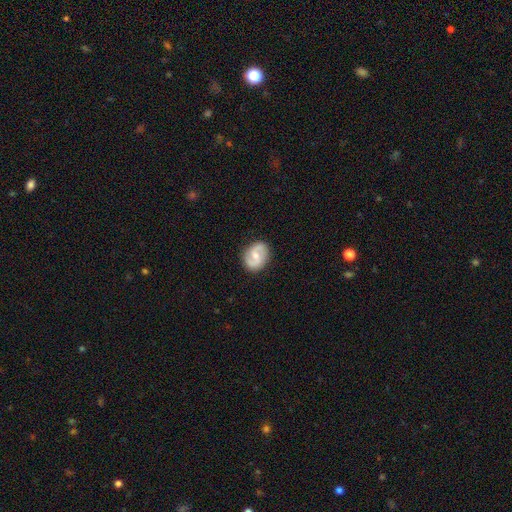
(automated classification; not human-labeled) A featured or disk galaxy (72%) with a weak bar (47%), 2 (90%) medium (47%) spiral arms (90%) and a moderate central bulge (58%).

Vote fractions:
- Smooth or featured? featured or disk: 72% / smooth: 22% / star or artifact: 6%
- Edge-on disk? no: 97% / yes: 3%
- Bar? weak: 47% / no: 39% / strong: 14%
- Spiral arms? yes: 90% / no: 10%
- Spiral winding? medium: 47% / loose: 29% / tight: 23%
- Spiral arm count? 2: 90% / can't tell: 5% / 1: 2% / 3: 1% / 4: 1% / more than 4: 1%
- Bulge size? moderate: 58% / small: 37% / large: 2% / none: 2% / dominant: 1%
- Merging? none: 86% / minor disturbance: 11% / major disturbance: 3% / merger: 1%